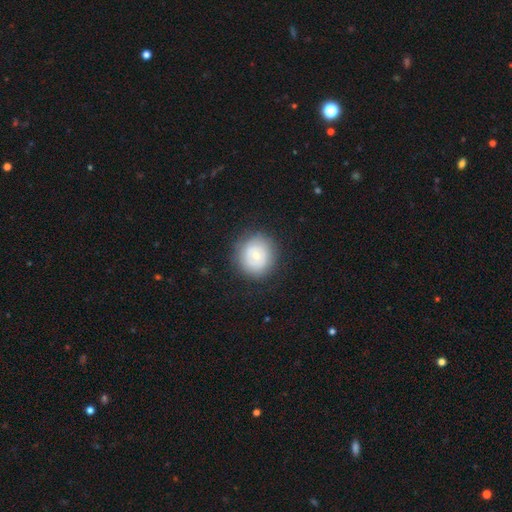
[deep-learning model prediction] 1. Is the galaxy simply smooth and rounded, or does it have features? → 55% smooth, 38% featured or disk, 8% star or artifact.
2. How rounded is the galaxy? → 87% round, 12% in between, 1% cigar-shaped.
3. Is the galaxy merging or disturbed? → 83% none, 11% minor disturbance, 5% major disturbance, 1% merger.